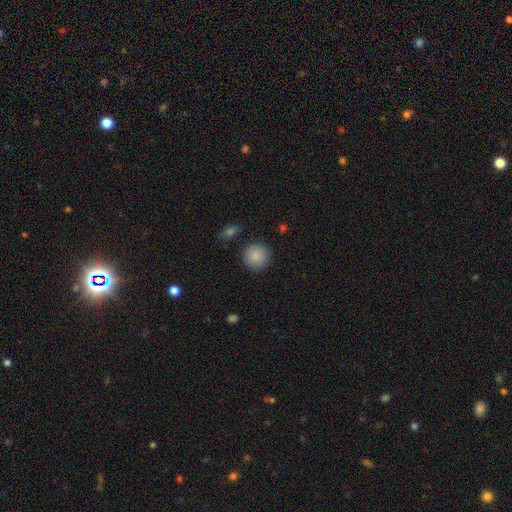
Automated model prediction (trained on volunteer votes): Morphology: type=smooth (87%); roundness=round (94%); merging=none (89%).